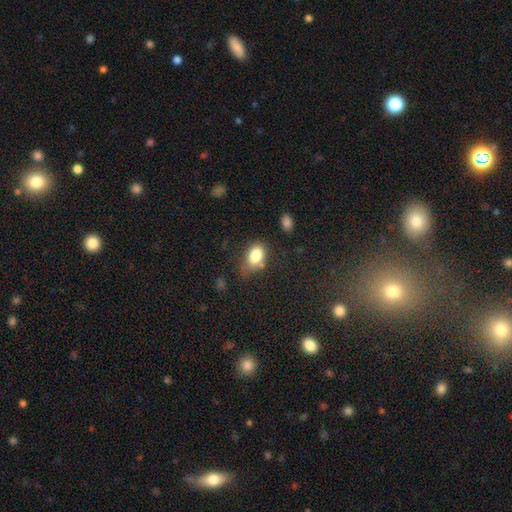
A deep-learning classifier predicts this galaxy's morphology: type=smooth (82%); roundness=in between (83%); merging=none (60%).